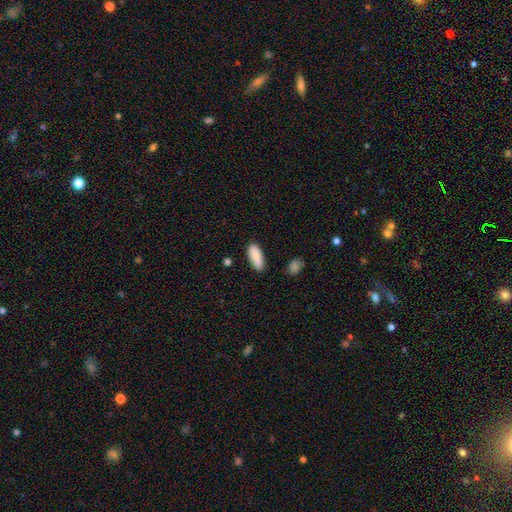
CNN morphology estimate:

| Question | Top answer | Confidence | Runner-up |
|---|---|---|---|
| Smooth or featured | smooth | 88% | star or artifact (6%) |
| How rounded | in between | 73% | cigar-shaped (25%) |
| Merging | none | 79% | minor disturbance (15%) |